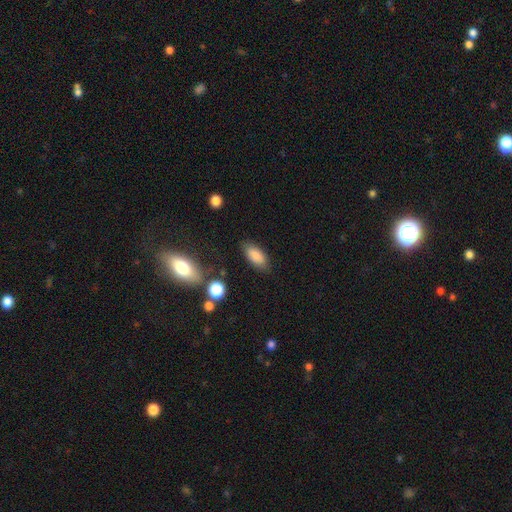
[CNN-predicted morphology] smooth-or-featured: smooth: 84% | star or artifact: 8% | featured or disk: 8%
  how-rounded: in between: 87% | cigar-shaped: 10% | round: 3%
  merging: none: 81% | minor disturbance: 13% | major disturbance: 4% | merger: 2%